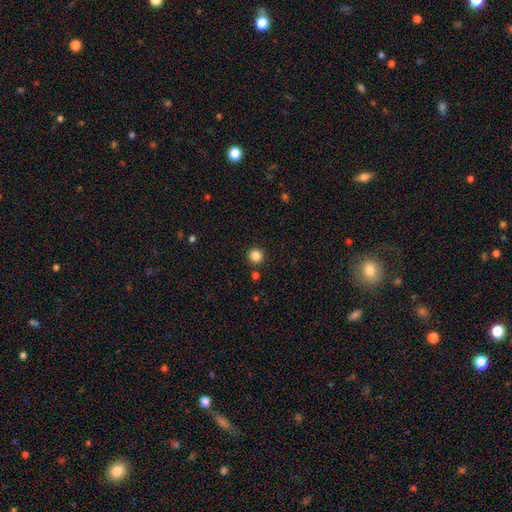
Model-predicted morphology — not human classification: smooth 85%, star or artifact 12%, featured or disk 4%. Down the decision tree: how rounded — round (93%); merging — none (89%).